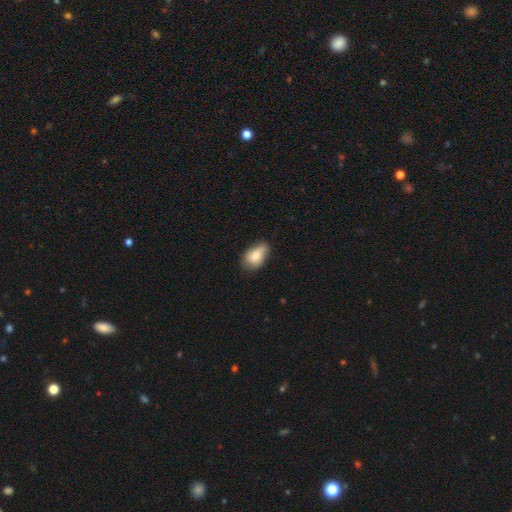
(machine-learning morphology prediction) A smooth galaxy with no disk features (79%) that is in between round and cigar-shaped (88%).

Vote fractions:
- Smooth or featured? smooth: 79% / featured or disk: 14% / star or artifact: 7%
- How rounded? in between: 88% / round: 10% / cigar-shaped: 2%
- Merging? none: 54% / minor disturbance: 36% / major disturbance: 7% / merger: 2%